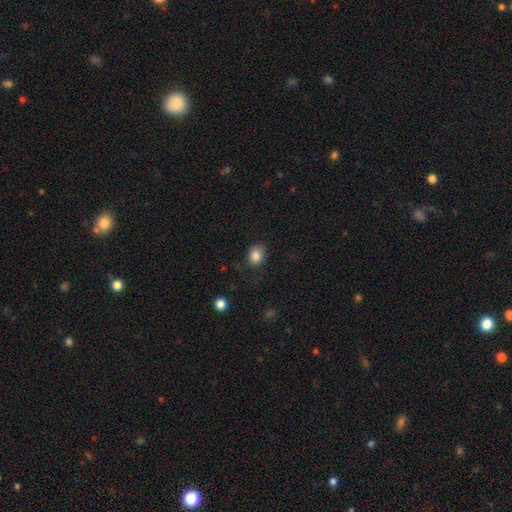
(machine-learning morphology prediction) Smooth or featured?
  - smooth: 85% *
  - star or artifact: 10%
  - featured or disk: 5%
How rounded?
  - round: 58% *
  - in between: 41%
  - cigar-shaped: 1%
Merging?
  - none: 72% *
  - minor disturbance: 20%
  - major disturbance: 6%
  - merger: 1%